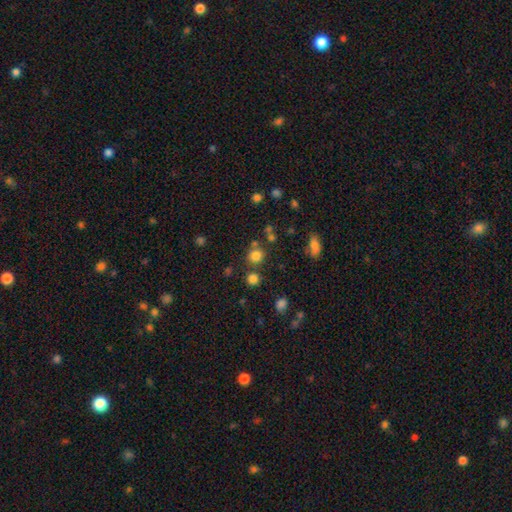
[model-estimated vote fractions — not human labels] Overall: smooth (78%). How rounded: round (86%). Merging: none (73%).